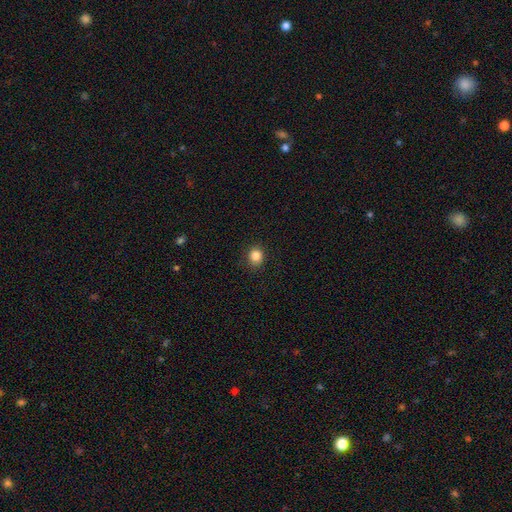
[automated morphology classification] This appears to be a smooth galaxy with no disk features (85%) that is round (85%). Merging: none (89%).